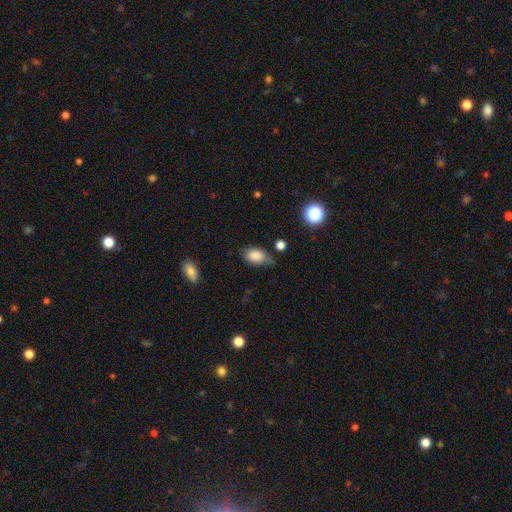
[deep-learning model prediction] Smooth or featured: smooth — 84% (star or artifact — 9%)
How rounded: in between — 84% (round — 14%)
Merging: none — 52% (minor disturbance — 35%)